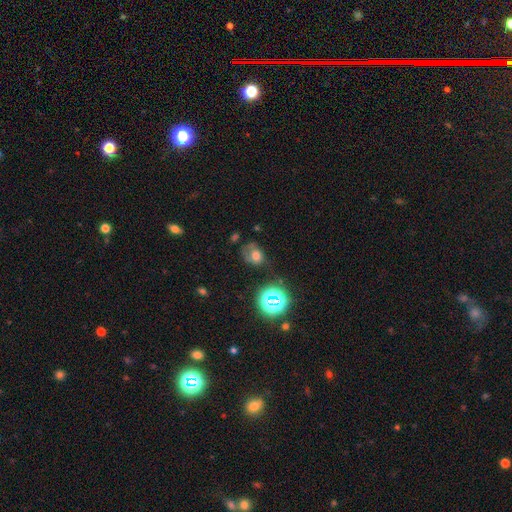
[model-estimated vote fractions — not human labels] Smooth or featured?
  - smooth: 57% *
  - featured or disk: 21%
  - star or artifact: 21%
How rounded?
  - in between: 52% *
  - round: 47%
  - cigar-shaped: 1%
Merging?
  - none: 37% *
  - minor disturbance: 29%
  - major disturbance: 29%
  - merger: 5%